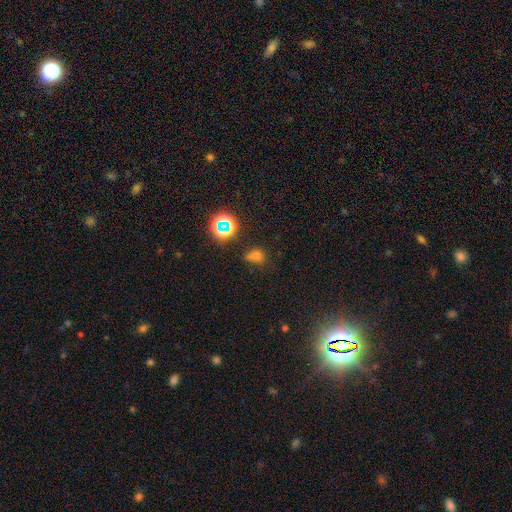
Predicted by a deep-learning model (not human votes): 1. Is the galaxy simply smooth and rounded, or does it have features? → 63% smooth, 27% star or artifact, 10% featured or disk.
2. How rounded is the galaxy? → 67% round, 31% in between, 1% cigar-shaped.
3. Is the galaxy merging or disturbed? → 55% none, 19% minor disturbance, 19% merger, 8% major disturbance.